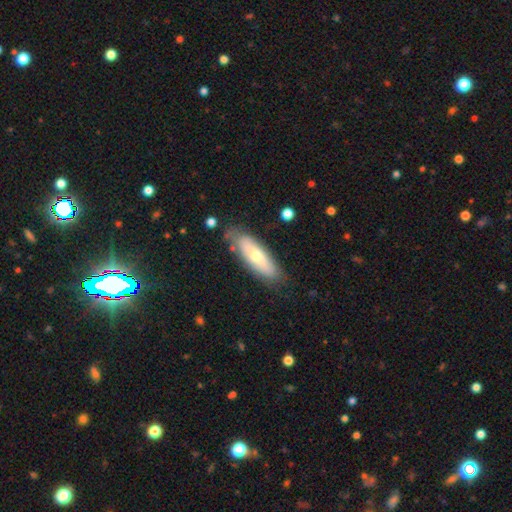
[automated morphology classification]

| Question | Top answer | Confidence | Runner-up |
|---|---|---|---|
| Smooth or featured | smooth | 55% | featured or disk (39%) |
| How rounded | in between | 56% | cigar-shaped (42%) |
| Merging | none | 78% | minor disturbance (16%) |